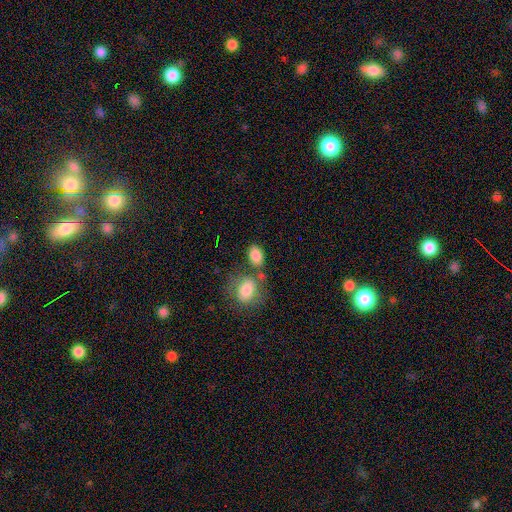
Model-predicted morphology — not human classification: The model was most divided on "merging": none: 60%, merger: 20%, minor disturbance: 14%, major disturbance: 5%. More confident: how rounded — in between (85%); smooth or featured — smooth (84%).